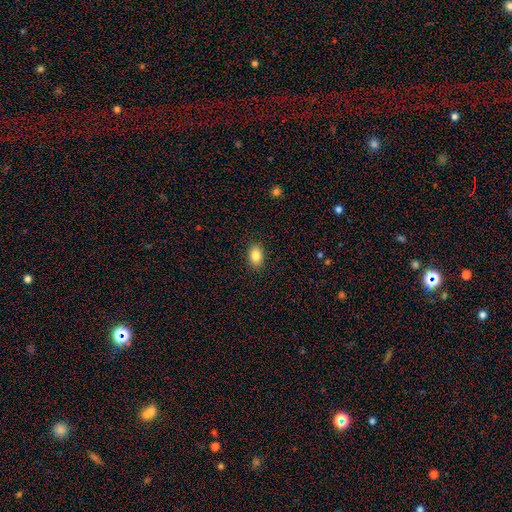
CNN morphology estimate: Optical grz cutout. It shows a smooth galaxy with no disk features (85%) that is in between round and cigar-shaped (80%). Merging: none (89%).